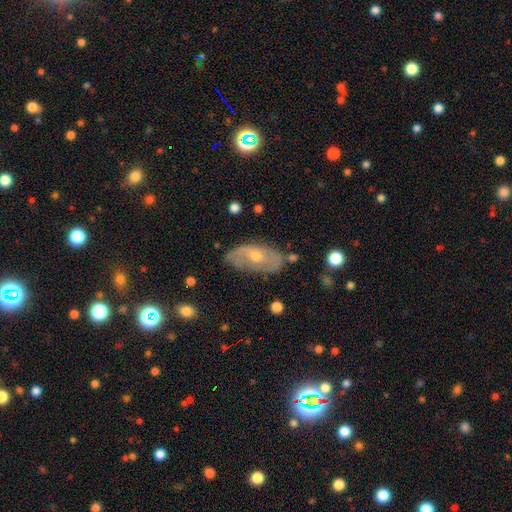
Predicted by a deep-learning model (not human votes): featured or disk 60%, smooth 31%, star or artifact 8%. Down the decision tree: edge-on disk — no (87%); bar — no (73%); spiral arms — yes (62%); bulge size — moderate (55%); merging — none (64%).